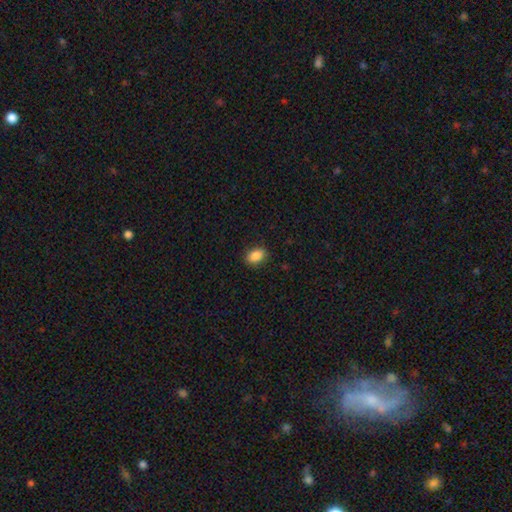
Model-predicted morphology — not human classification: Smooth or featured? Predicted: smooth (p=0.88). How rounded? Predicted: in between (p=0.83). Merging? Predicted: none (p=0.88).